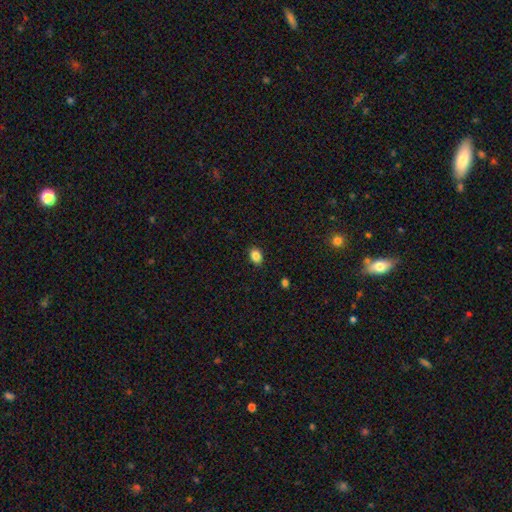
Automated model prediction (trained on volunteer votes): Morphology: type=smooth (86%); roundness=in between (72%); merging=none (89%).